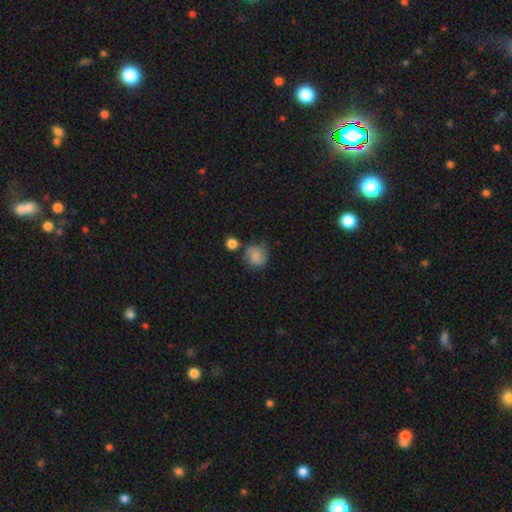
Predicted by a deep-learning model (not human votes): The model was most divided on "merging": none: 57%, minor disturbance: 24%, major disturbance: 10%, merger: 9%. More confident: how rounded — round (78%); smooth or featured — smooth (63%).